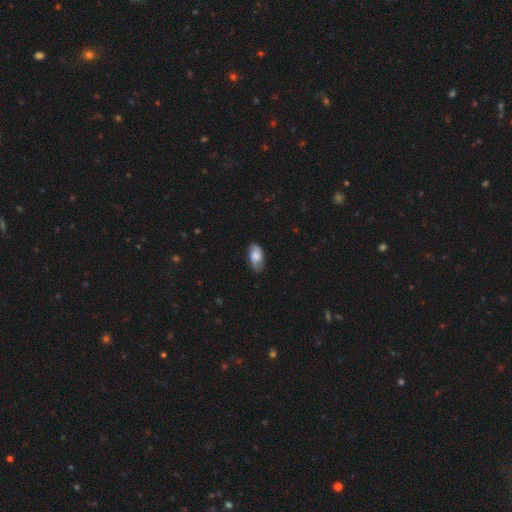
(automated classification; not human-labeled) Q: Smooth or featured?
A: smooth (63%); runner-up: featured or disk (29%)
Q: How rounded?
A: in between (92%); runner-up: cigar-shaped (4%)
Q: Merging?
A: none (79%); runner-up: minor disturbance (17%)